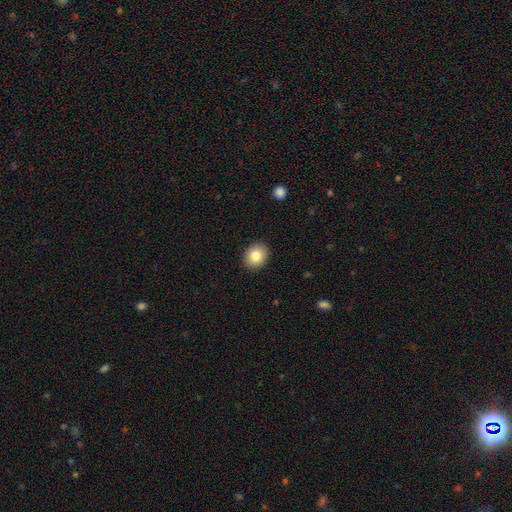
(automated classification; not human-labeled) This appears to be a smooth galaxy with no disk features (83%) that is round (58%). Merging: none (91%).